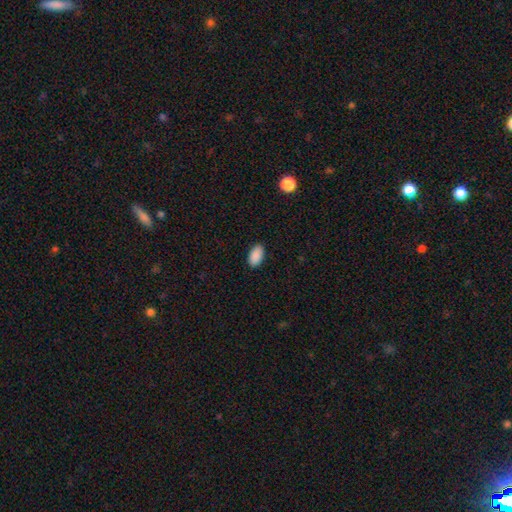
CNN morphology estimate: This appears to be a smooth galaxy with no disk features (90%) that is in between round and cigar-shaped (95%). Merging: none (88%).